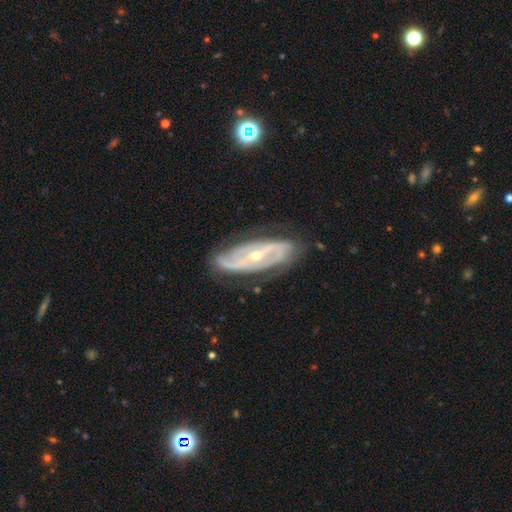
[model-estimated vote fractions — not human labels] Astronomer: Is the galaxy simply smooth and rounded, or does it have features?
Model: featured or disk — 88%.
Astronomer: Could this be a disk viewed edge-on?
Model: no — 90%.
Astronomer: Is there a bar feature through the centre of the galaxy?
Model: no — 36% (runner-up: weak, 33%).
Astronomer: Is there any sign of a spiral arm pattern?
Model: yes — 94%.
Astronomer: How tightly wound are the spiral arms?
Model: tight — 51% (runner-up: medium, 38%).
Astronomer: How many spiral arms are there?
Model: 2 — 63%.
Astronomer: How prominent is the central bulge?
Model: small — 55% (runner-up: moderate, 42%).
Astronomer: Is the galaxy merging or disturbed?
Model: none — 77%.